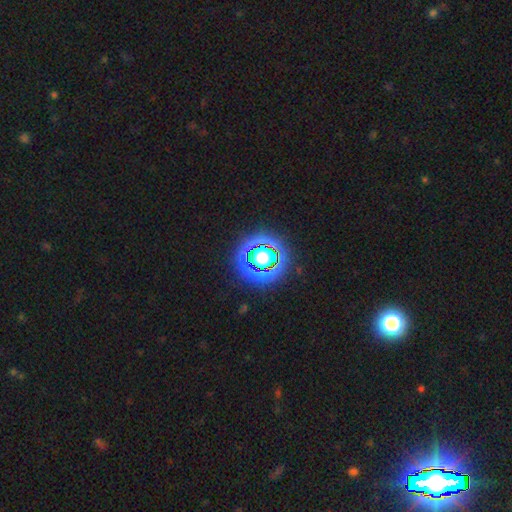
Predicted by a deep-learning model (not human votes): smooth-or-featured: star or artifact: 59% | smooth: 27% | featured or disk: 13%